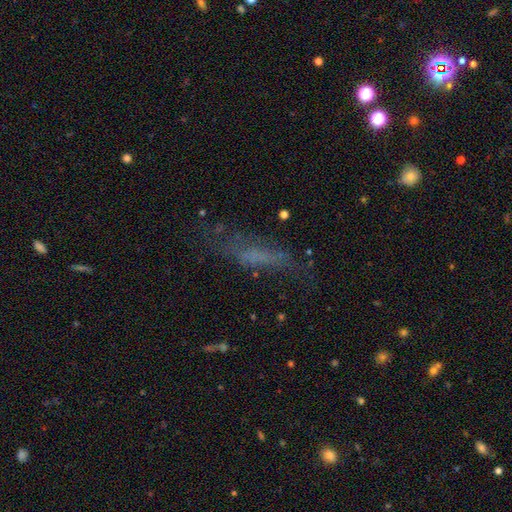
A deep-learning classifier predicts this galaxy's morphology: Smooth or featured? smooth (47%)
Merging? none (50%)